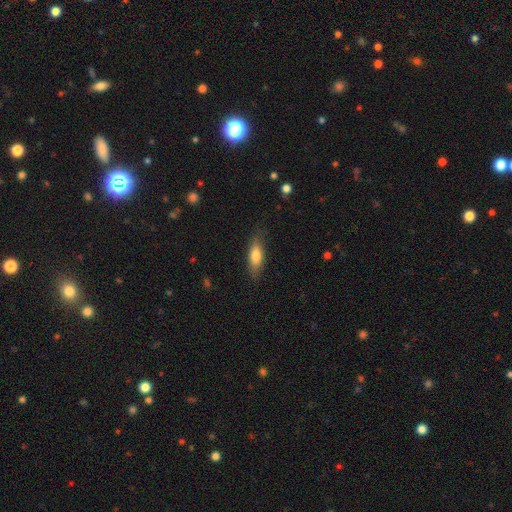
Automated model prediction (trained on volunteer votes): Smooth or featured? smooth (75%)
How rounded? in between (62%)
Merging? none (80%)